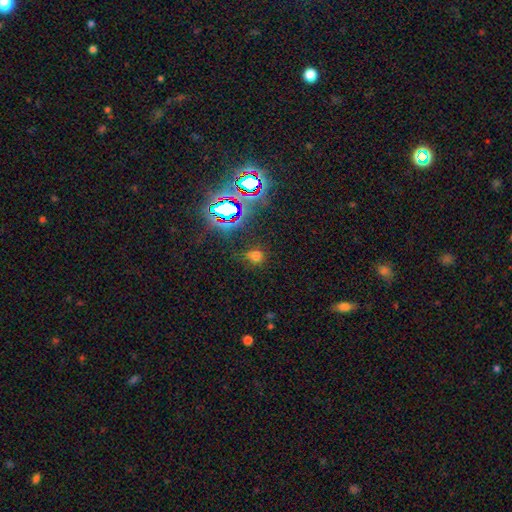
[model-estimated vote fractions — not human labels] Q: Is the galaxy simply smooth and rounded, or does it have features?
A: smooth — 58%.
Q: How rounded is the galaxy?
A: round — 80%.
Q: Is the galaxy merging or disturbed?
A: none — 78%.